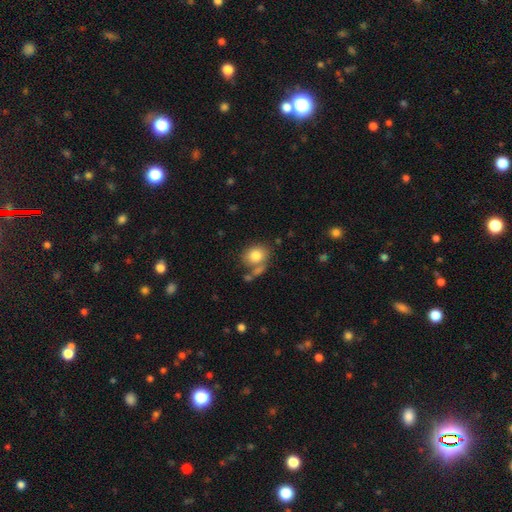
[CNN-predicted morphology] smooth-or-featured: smooth: 80% | featured or disk: 11% | star or artifact: 9%
  how-rounded: round: 52% | in between: 47% | cigar-shaped: 1%
  merging: none: 60% | merger: 17% | minor disturbance: 16% | major disturbance: 7%